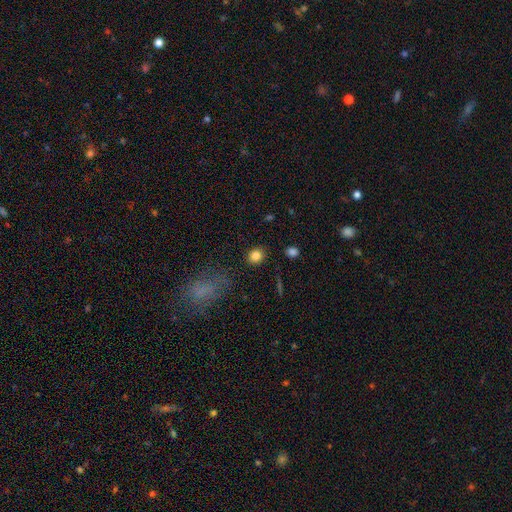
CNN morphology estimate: This appears to be a smooth galaxy with no disk features (84%) that is round (74%). Merging: none (88%).